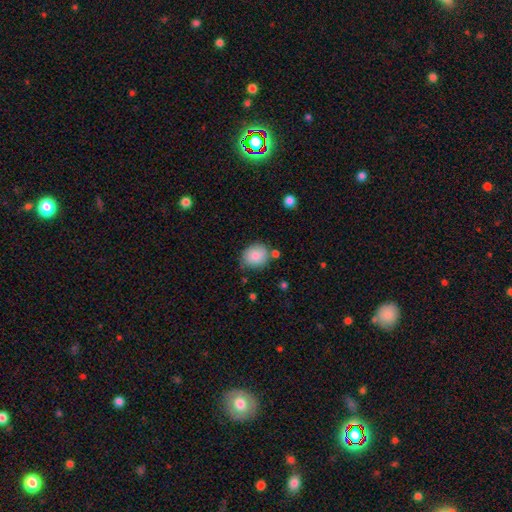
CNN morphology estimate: Smooth or featured? smooth (84%)
How rounded? round (65%)
Merging? none (70%)